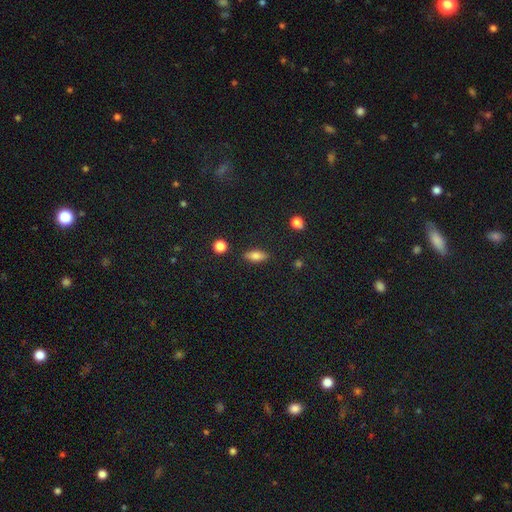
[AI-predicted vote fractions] The model was most divided on "how rounded": in between: 77%, cigar-shaped: 18%, round: 5%. More confident: merging — none (86%); smooth or featured — smooth (77%).